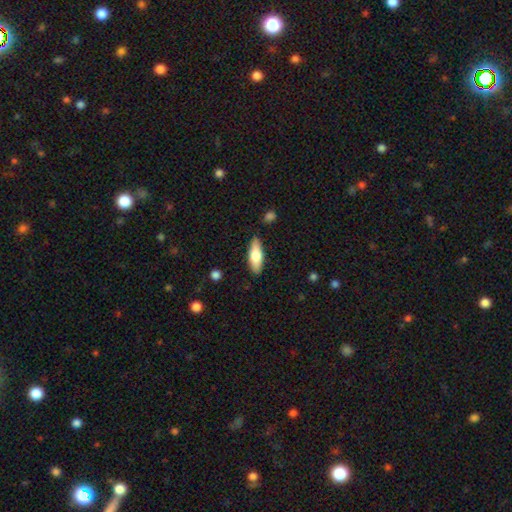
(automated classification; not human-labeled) This is likely a smooth galaxy (71%). How rounded: likely in between (62%). Merging: clearly none (86%).